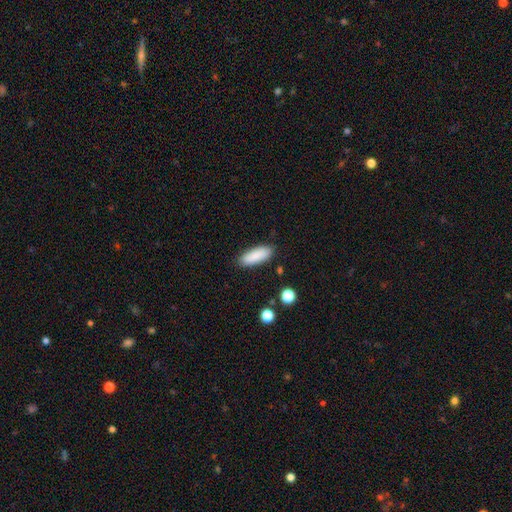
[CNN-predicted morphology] A smooth galaxy with no disk features (87%) that is in between round and cigar-shaped (70%).

Vote fractions:
- Smooth or featured? smooth: 87% / featured or disk: 7% / star or artifact: 6%
- How rounded? in between: 70% / cigar-shaped: 28% / round: 2%
- Merging? none: 85% / minor disturbance: 11% / major disturbance: 2% / merger: 2%